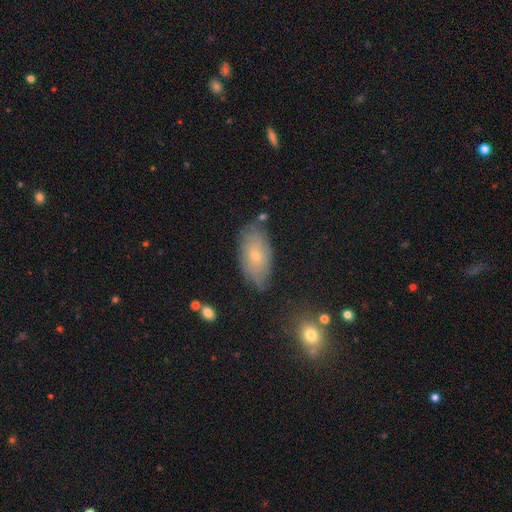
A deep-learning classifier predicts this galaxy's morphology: smooth_or_featured: smooth (p=0.55) [alt: featured or disk p=0.37]
how_rounded: in between (p=0.92) [alt: round p=0.05]
merging: none (p=0.73) [alt: minor disturbance p=0.20]